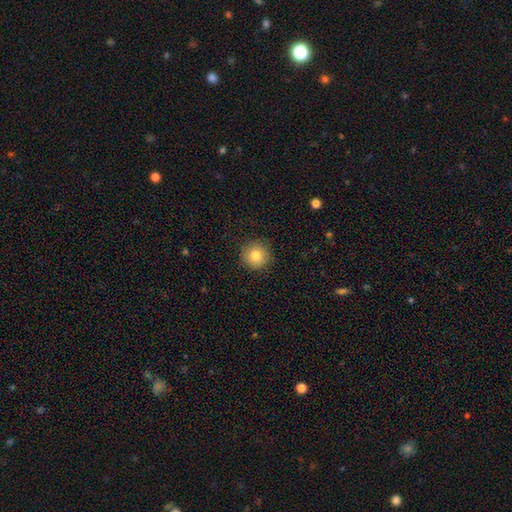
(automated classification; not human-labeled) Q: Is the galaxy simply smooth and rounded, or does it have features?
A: smooth — 81%.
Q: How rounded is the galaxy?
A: round — 95%.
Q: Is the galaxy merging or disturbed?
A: none — 90%.